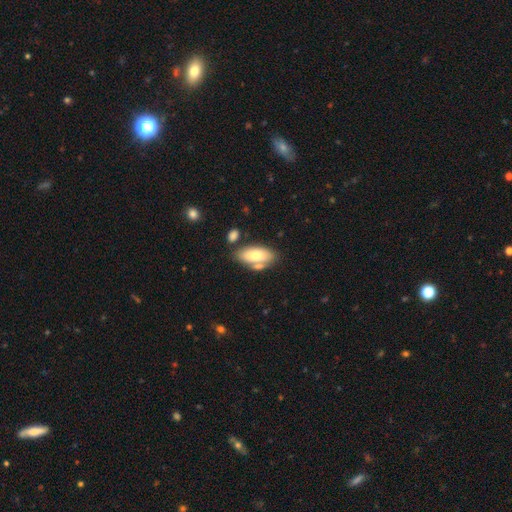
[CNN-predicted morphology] The model was most divided on "merging": none: 60%, merger: 20%, minor disturbance: 16%, major disturbance: 4%. More confident: how rounded — in between (90%); smooth or featured — smooth (71%).